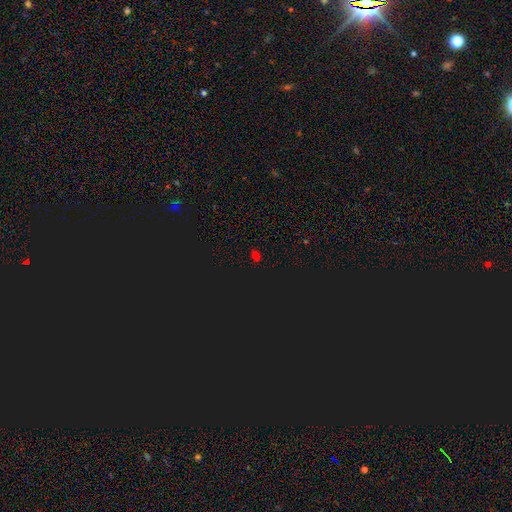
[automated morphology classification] A smooth galaxy with no disk features (49%).

Vote fractions:
- Smooth or featured? smooth: 49% / star or artifact: 46% / featured or disk: 5%
- Merging? none: 85% / minor disturbance: 10% / major disturbance: 3% / merger: 2%